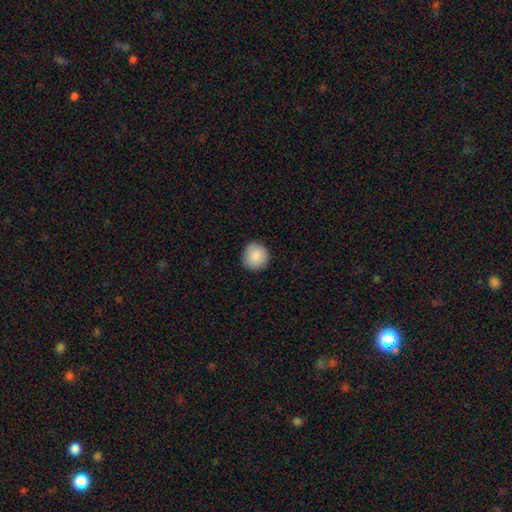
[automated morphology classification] Q: Smooth or featured?
A: smooth (88%); runner-up: star or artifact (7%)
Q: How rounded?
A: round (93%); runner-up: in between (7%)
Q: Merging?
A: none (90%); runner-up: minor disturbance (7%)